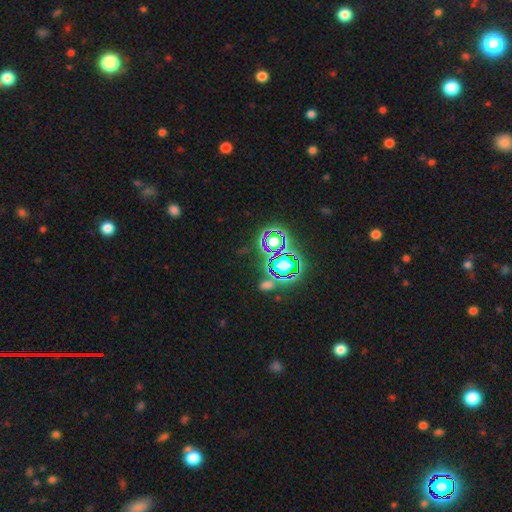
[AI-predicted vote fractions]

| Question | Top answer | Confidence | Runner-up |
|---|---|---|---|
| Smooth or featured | star or artifact | 79% | smooth (14%) |